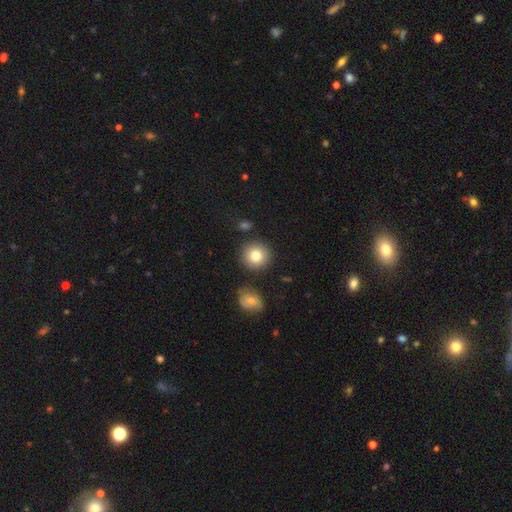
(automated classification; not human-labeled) Smooth or featured? smooth (82%)
How rounded? round (93%)
Merging? none (85%)